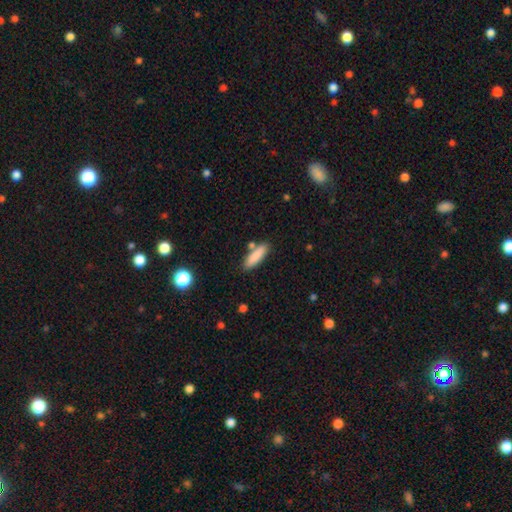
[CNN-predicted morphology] smooth 85%, featured or disk 8%, star or artifact 7%. Down the decision tree: how rounded — cigar-shaped (57%); merging — none (76%).